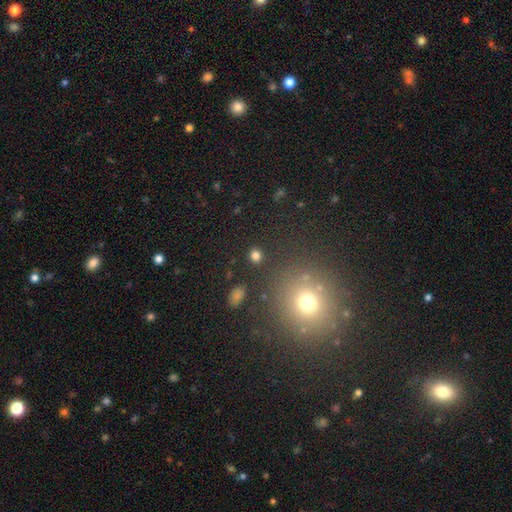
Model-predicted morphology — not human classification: Q: Smooth or featured?
A: smooth (80%); runner-up: star or artifact (15%)
Q: How rounded?
A: round (82%); runner-up: in between (17%)
Q: Merging?
A: none (87%); runner-up: minor disturbance (7%)